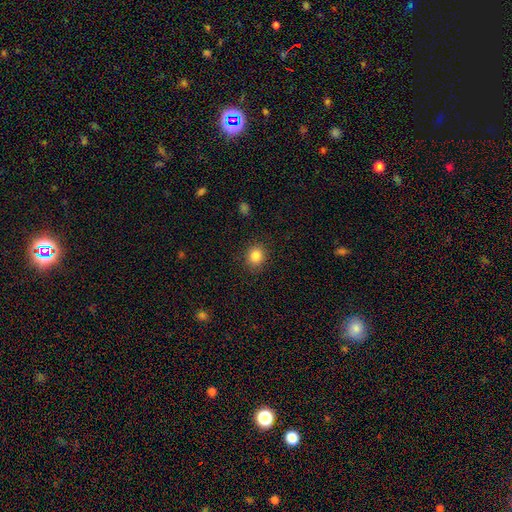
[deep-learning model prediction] Overall: smooth (84%). How rounded: round (68%; in between 31%). Merging: none (88%).